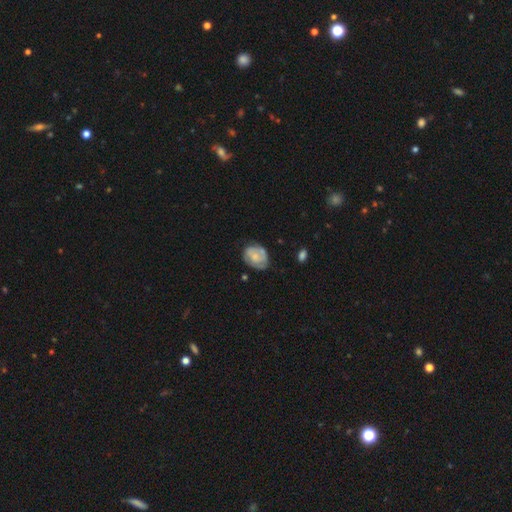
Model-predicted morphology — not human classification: This is possibly a featured or disk galaxy (49%). Merging: likely none (62%).